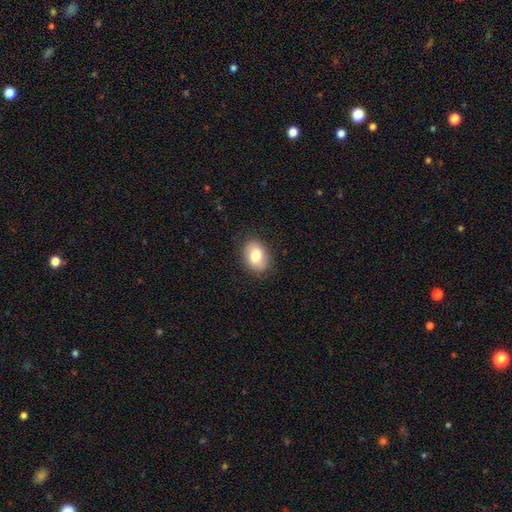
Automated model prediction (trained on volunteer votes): Smooth or featured: smooth — 79% (featured or disk — 13%)
How rounded: in between — 70% (round — 29%)
Merging: none — 85% (minor disturbance — 11%)